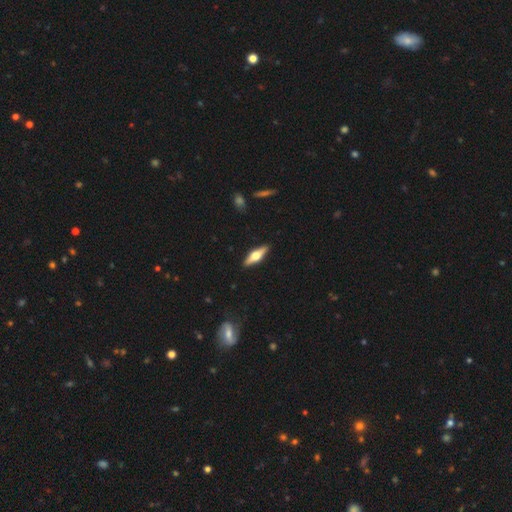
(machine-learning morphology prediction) Q: Smooth or featured?
A: featured or disk (58%); runner-up: smooth (36%)
Q: Edge-on disk?
A: yes (94%); runner-up: no (6%)
Q: Edge-on bulge?
A: rounded (95%); runner-up: boxy (4%)
Q: Merging?
A: none (90%); runner-up: minor disturbance (7%)